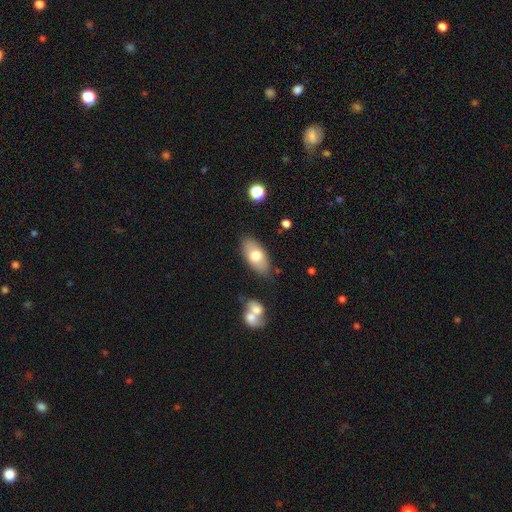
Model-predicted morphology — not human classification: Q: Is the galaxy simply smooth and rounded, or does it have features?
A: smooth — 72%.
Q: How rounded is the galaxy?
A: in between — 91%.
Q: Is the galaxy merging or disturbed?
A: none — 81%.